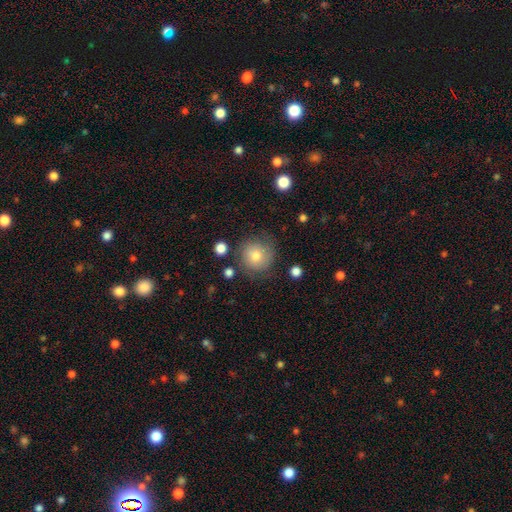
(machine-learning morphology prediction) A smooth galaxy with no disk features (73%) that is round (93%). Merging: none (76%).